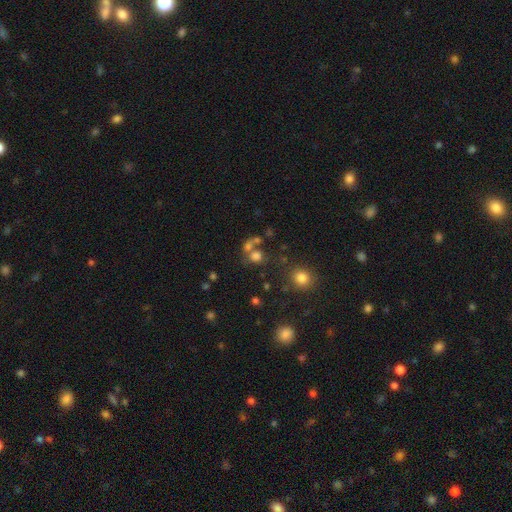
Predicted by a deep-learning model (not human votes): Smooth or featured? Predicted: smooth (p=0.69). How rounded? Predicted: round (p=0.75). Merging? Predicted: none (p=0.48).